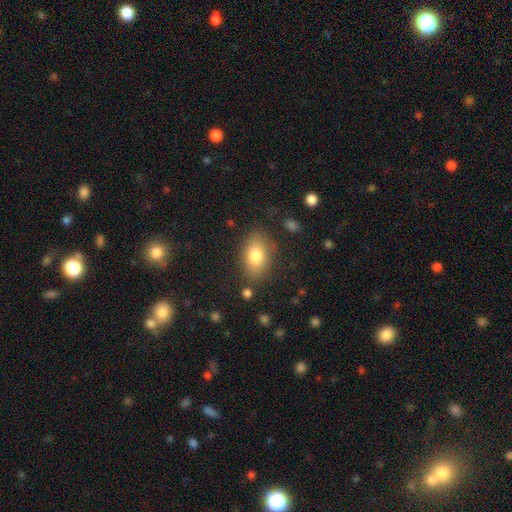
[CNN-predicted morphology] smooth_or_featured: smooth (p=0.79) [alt: featured or disk p=0.12]
how_rounded: in between (p=0.85) [alt: round p=0.13]
merging: none (p=0.79) [alt: minor disturbance p=0.14]